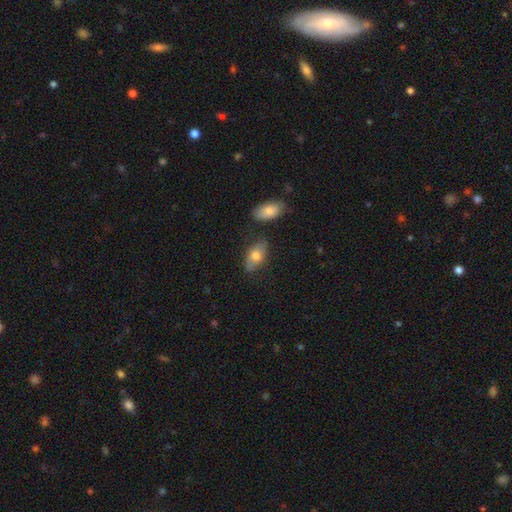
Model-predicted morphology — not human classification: A smooth galaxy with no disk features (73%) that is in between round and cigar-shaped (91%).

Vote fractions:
- Smooth or featured? smooth: 73% / featured or disk: 20% / star or artifact: 7%
- How rounded? in between: 91% / round: 5% / cigar-shaped: 4%
- Merging? none: 72% / minor disturbance: 17% / merger: 7% / major disturbance: 4%